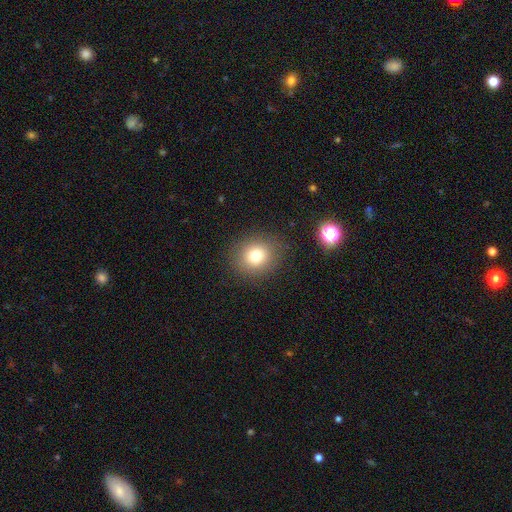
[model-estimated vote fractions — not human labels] smooth 77%, star or artifact 13%, featured or disk 10%. Down the decision tree: how rounded — round (78%); merging — none (87%).